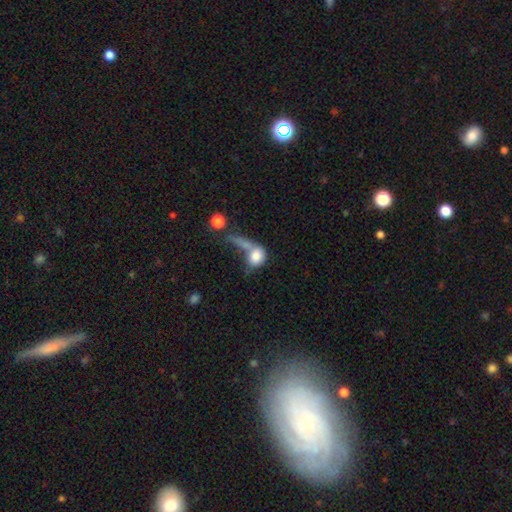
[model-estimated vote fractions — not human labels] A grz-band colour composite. It shows a smooth galaxy with no disk features (75%) that is in between round and cigar-shaped (51%). Merging: merger (42%).